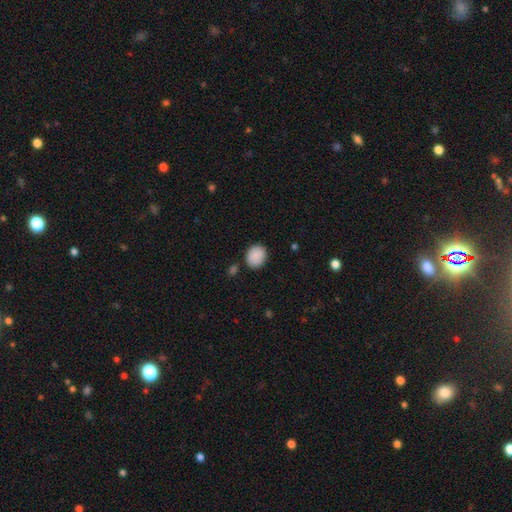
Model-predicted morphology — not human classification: smooth-or-featured: smooth: 89% | star or artifact: 7% | featured or disk: 4%
  how-rounded: round: 57% | in between: 43% | cigar-shaped: 1%
  merging: none: 83% | minor disturbance: 12% | merger: 3% | major disturbance: 3%